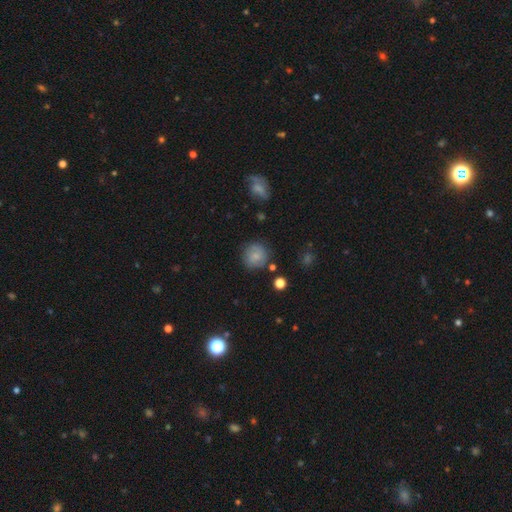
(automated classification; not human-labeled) Morphology: type=smooth (69%); roundness=round (89%); merging=none (78%).